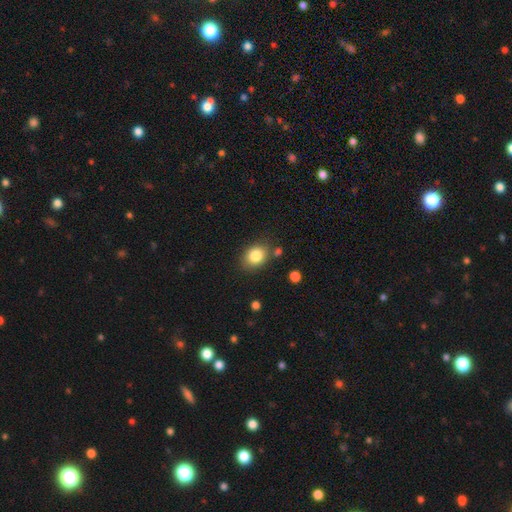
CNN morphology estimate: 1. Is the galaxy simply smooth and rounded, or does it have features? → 83% smooth, 9% star or artifact, 7% featured or disk.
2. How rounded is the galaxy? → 54% in between, 45% round, 1% cigar-shaped.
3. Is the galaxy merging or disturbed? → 78% none, 13% minor disturbance, 5% merger, 4% major disturbance.